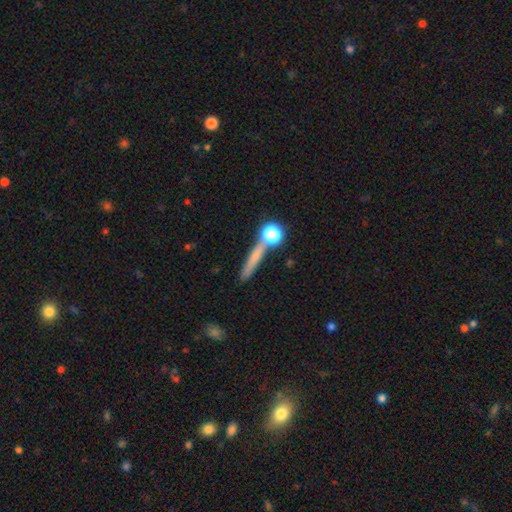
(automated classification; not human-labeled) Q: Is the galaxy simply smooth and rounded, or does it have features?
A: smooth — 61%.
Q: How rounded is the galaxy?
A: cigar-shaped — 72%.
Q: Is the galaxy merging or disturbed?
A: none — 72%.